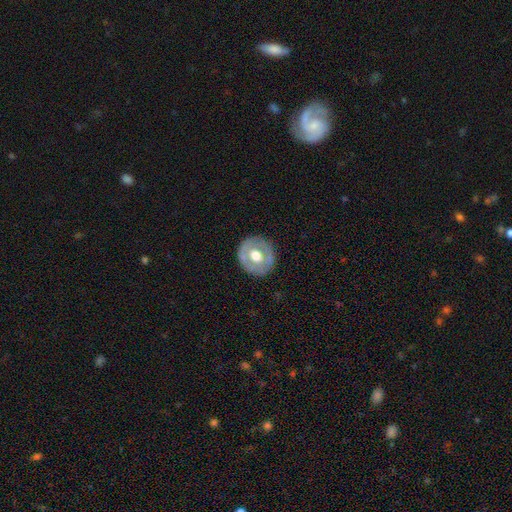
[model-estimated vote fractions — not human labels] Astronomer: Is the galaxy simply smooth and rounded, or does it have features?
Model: featured or disk — 48% (runner-up: smooth, 46%).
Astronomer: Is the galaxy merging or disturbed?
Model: none — 84%.